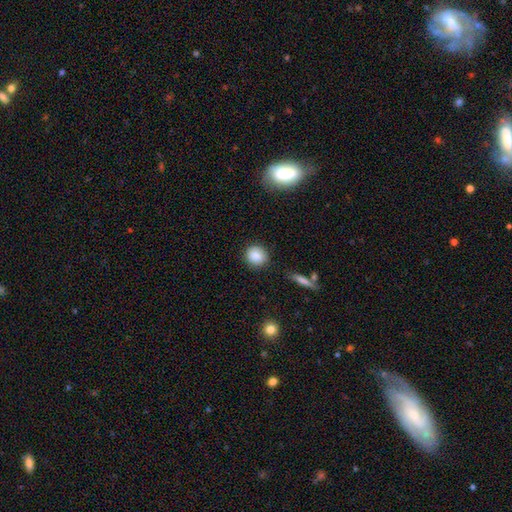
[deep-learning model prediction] Smooth or featured? smooth (85%)
How rounded? round (90%)
Merging? none (88%)